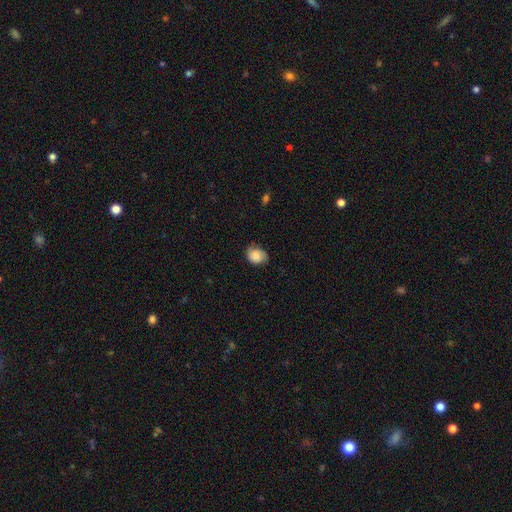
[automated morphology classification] Smooth or featured? Predicted: smooth (p=0.71). How rounded? Predicted: in between (p=0.55). Merging? Predicted: none (p=0.62).